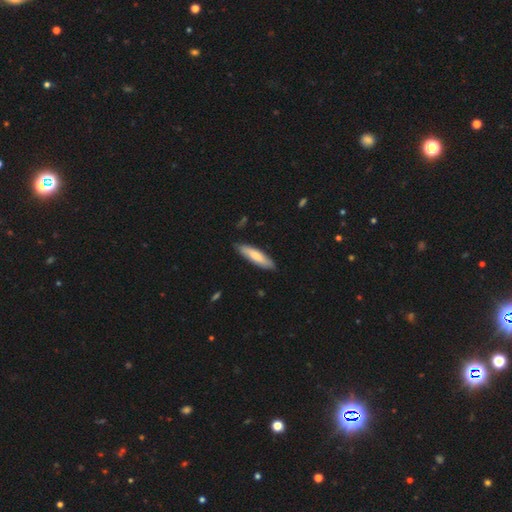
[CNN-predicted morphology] This is likely a smooth galaxy (72%). How rounded: likely cigar-shaped (73%). Merging: clearly none (85%).